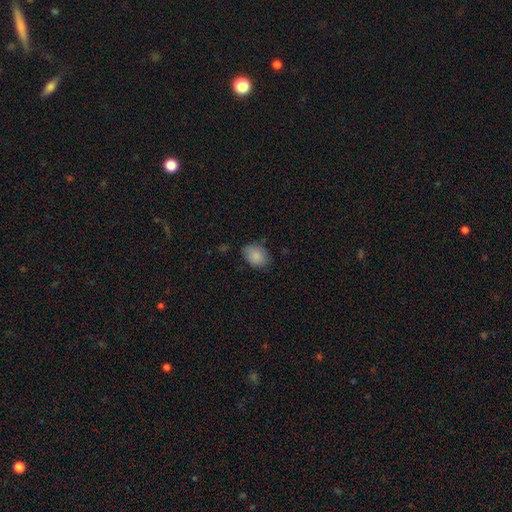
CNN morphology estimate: Smooth or featured?
  - smooth: 87% *
  - star or artifact: 8%
  - featured or disk: 6%
How rounded?
  - in between: 67% *
  - round: 32%
  - cigar-shaped: 1%
Merging?
  - none: 71% *
  - minor disturbance: 22%
  - major disturbance: 5%
  - merger: 2%